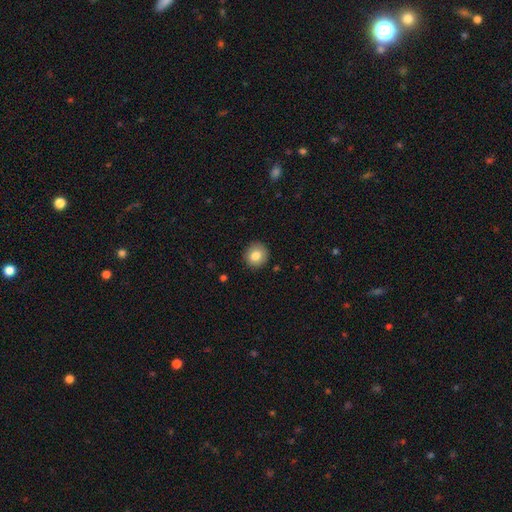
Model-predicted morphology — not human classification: This appears to be a smooth galaxy with no disk features (82%) that is round (89%). Merging: none (90%).